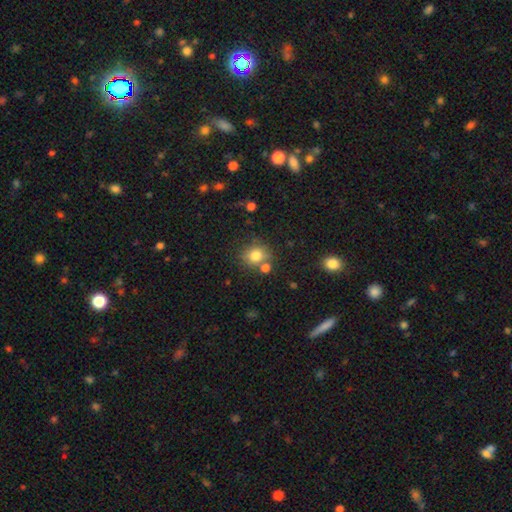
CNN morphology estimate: Overall: smooth (79%). How rounded: round (77%). Merging: none (69%).